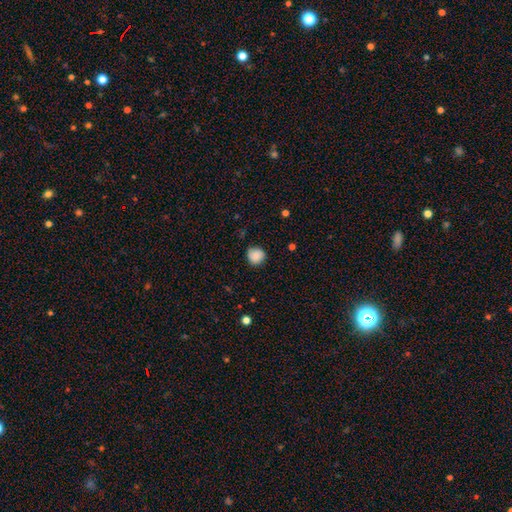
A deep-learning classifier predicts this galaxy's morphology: Smooth or featured: smooth — 86% (star or artifact — 9%)
How rounded: round — 90% (in between — 9%)
Merging: none — 81% (minor disturbance — 14%)